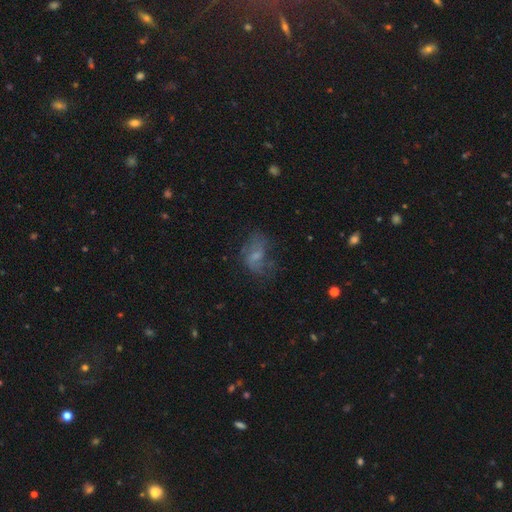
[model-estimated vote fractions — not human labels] smooth_or_featured: featured or disk (p=0.46) [alt: smooth p=0.40]
merging: none (p=0.46) [alt: major disturbance p=0.28]